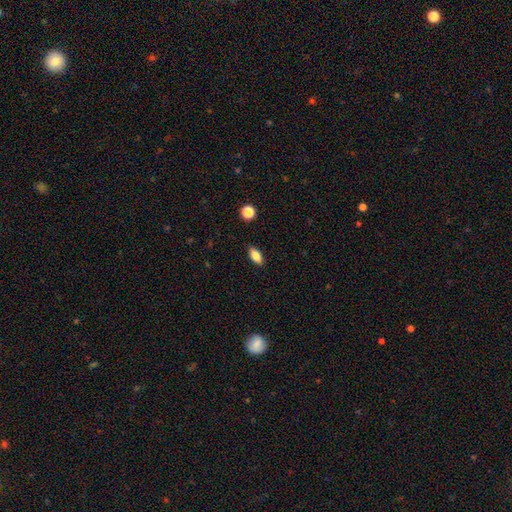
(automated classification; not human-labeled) smooth 82%, featured or disk 9%, star or artifact 8%. Down the decision tree: how rounded — in between (85%); merging — none (87%).